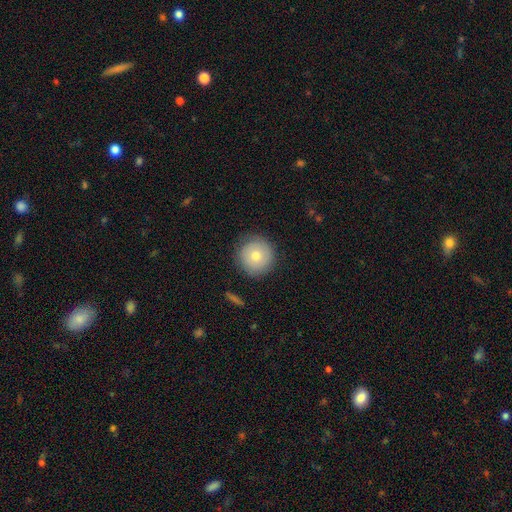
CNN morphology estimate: A smooth galaxy with no disk features (71%) that is round (95%). Merging: none (86%).